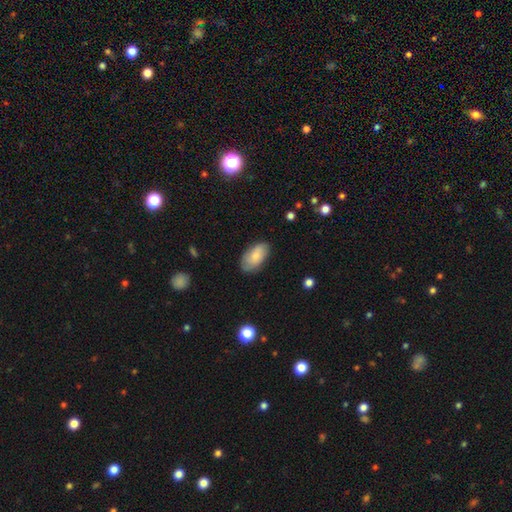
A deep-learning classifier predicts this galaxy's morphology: The model was most divided on "smooth or featured": smooth: 75%, featured or disk: 18%, star or artifact: 7%. More confident: how rounded — in between (94%); merging — none (77%).